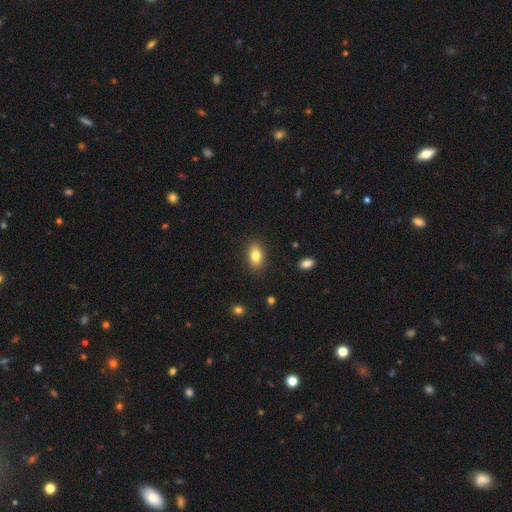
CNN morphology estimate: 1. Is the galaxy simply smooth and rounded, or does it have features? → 82% smooth, 10% featured or disk, 8% star or artifact.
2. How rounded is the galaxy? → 89% in between, 9% round, 2% cigar-shaped.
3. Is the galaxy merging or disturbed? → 87% none, 9% minor disturbance, 2% major disturbance, 1% merger.